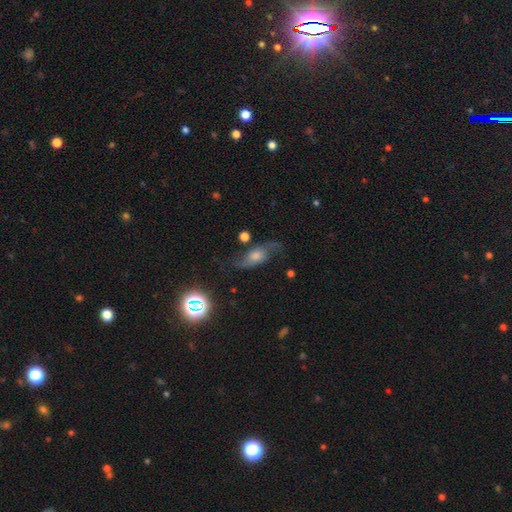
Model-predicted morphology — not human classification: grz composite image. It shows a featured or disk galaxy (66%) with no bar (68%), 2 (89%) loose (75%) spiral arms (92%) and a moderate central bulge (46%). Merging: none (65%).